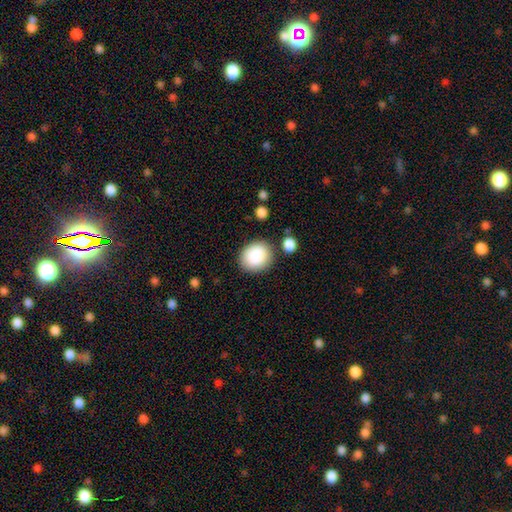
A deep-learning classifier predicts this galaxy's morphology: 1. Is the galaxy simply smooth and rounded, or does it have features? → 88% smooth, 7% star or artifact, 4% featured or disk.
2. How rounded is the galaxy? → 70% round, 29% in between, 1% cigar-shaped.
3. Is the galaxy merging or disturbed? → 83% none, 10% minor disturbance, 5% merger, 3% major disturbance.